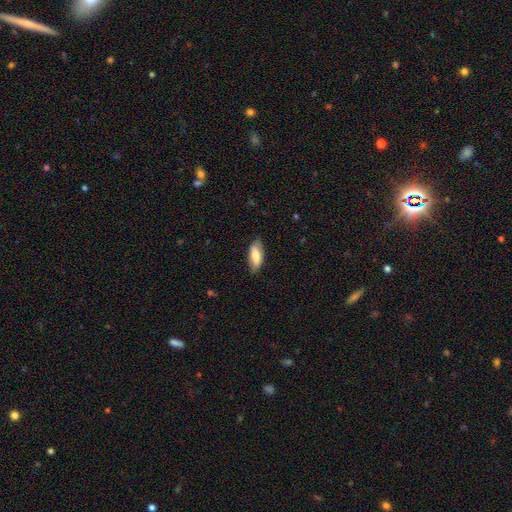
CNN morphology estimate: smooth_or_featured: smooth (p=0.74) [alt: featured or disk p=0.20]
how_rounded: in between (p=0.78) [alt: cigar-shaped p=0.20]
merging: none (p=0.80) [alt: minor disturbance p=0.16]